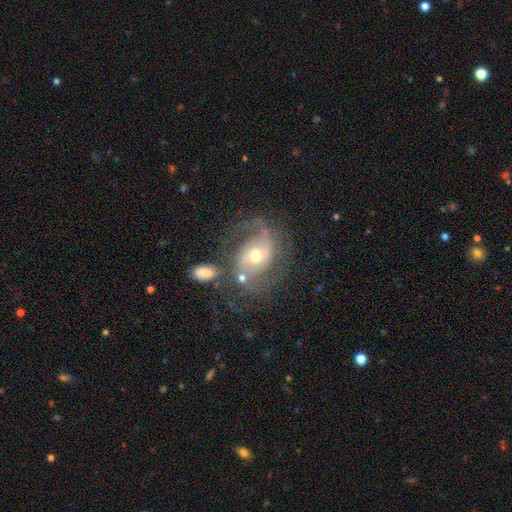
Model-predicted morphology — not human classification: smooth_or_featured: featured or disk (p=0.82) [alt: smooth p=0.11]
disk_edge_on: no (p=0.97) [alt: yes p=0.03]
bar: no (p=0.51) [alt: weak p=0.37]
has_spiral_arms: yes (p=0.93) [alt: no p=0.07]
spiral_winding: medium (p=0.49) [alt: loose p=0.27]
spiral_arm_count: 2 (p=0.81) [alt: can't tell p=0.08]
bulge_size: moderate (p=0.66) [alt: small p=0.25]
merging: none (p=0.54) [alt: minor disturbance p=0.18]